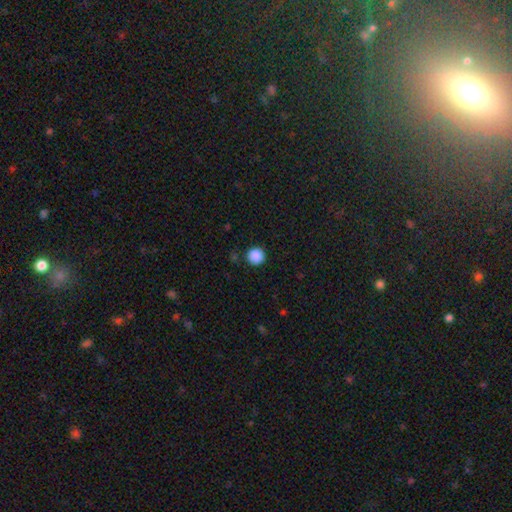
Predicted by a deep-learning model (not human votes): The model was most divided on "smooth or featured": smooth: 88%, star or artifact: 9%, featured or disk: 2%. More confident: how rounded — round (95%); merging — none (91%).